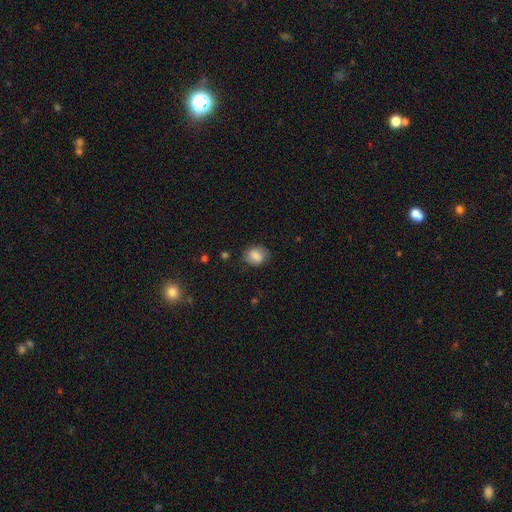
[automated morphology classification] This is likely a smooth galaxy (77%). How rounded: possibly in between (55%). Merging: likely none (78%).